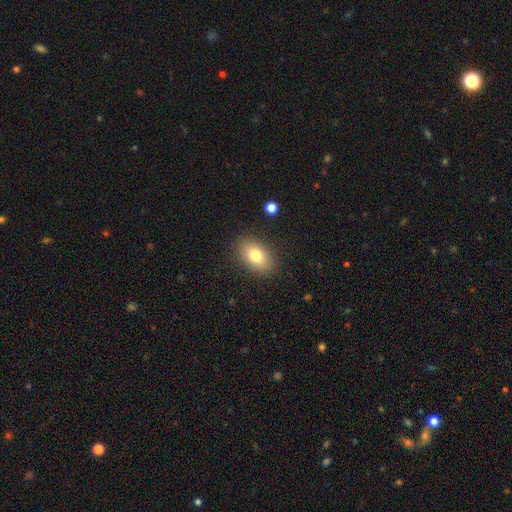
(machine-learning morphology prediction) smooth 79%, featured or disk 12%, star or artifact 9%. Down the decision tree: how rounded — in between (86%); merging — none (86%).